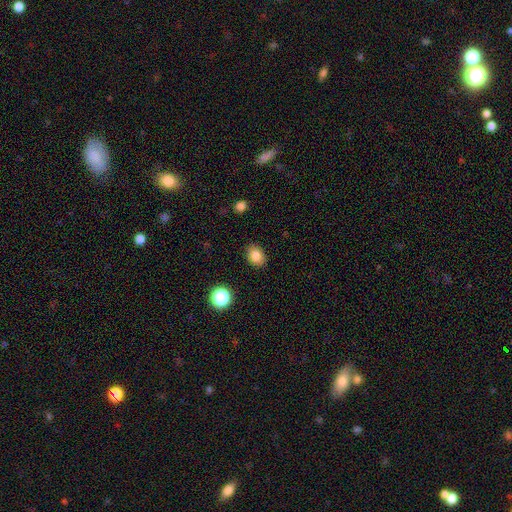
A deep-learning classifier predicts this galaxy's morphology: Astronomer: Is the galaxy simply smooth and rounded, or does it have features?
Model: smooth — 83%.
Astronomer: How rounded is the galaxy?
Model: in between — 60% (runner-up: round, 39%).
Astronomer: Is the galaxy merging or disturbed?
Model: none — 86%.